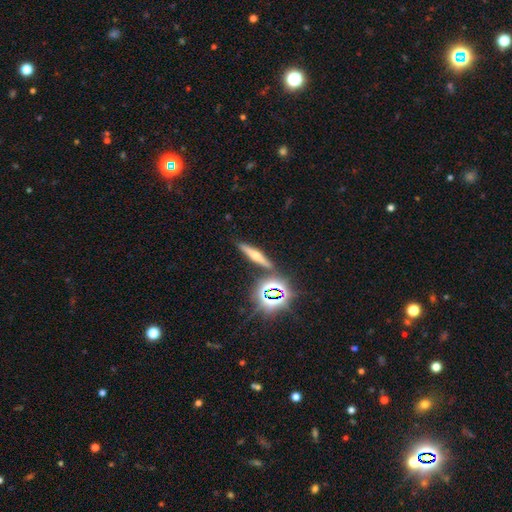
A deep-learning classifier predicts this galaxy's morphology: smooth_or_featured: featured or disk (p=0.48) [alt: smooth p=0.31]
merging: none (p=0.85) [alt: minor disturbance p=0.07]